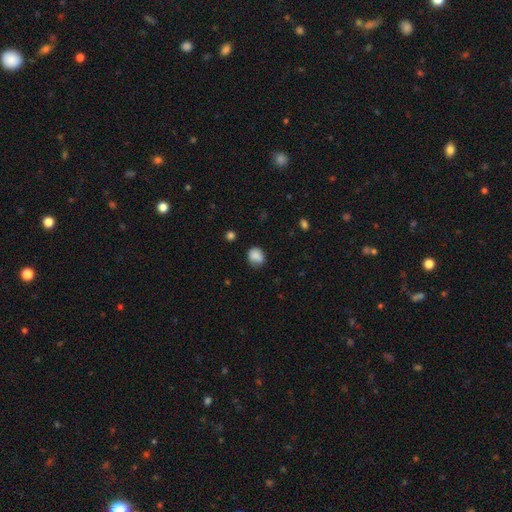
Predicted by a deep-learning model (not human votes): Smooth or featured: smooth — 82% (star or artifact — 9%)
How rounded: round — 66% (in between — 33%)
Merging: none — 60% (minor disturbance — 28%)